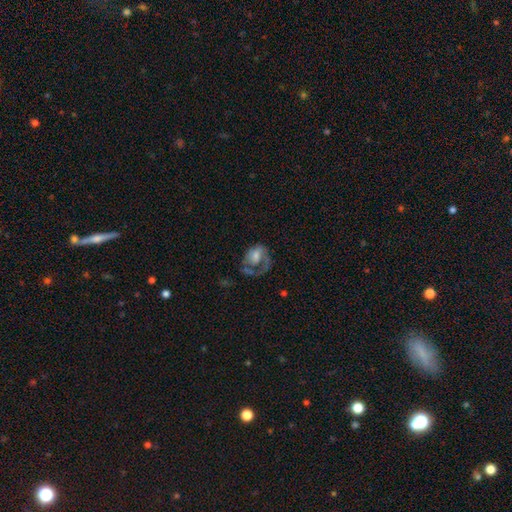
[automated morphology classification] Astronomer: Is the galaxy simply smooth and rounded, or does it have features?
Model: featured or disk — 64%.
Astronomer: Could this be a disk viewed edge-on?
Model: no — 97%.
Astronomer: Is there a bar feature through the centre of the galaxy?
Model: no — 70%.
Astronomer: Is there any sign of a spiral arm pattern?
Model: yes — 72%.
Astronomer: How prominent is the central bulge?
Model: moderate — 42% (runner-up: small, 28%).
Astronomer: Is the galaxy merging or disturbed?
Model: major disturbance — 45% (runner-up: none, 34%).